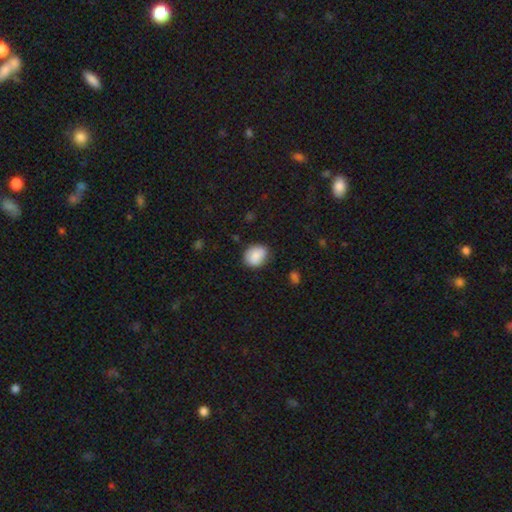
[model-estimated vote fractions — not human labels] The model was most divided on "how rounded": round: 57%, in between: 43%, cigar-shaped: 1%. More confident: smooth or featured — smooth (87%); merging — none (76%).